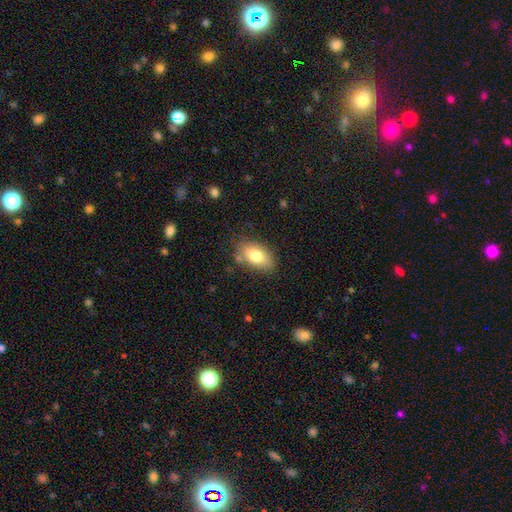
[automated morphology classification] type=smooth (79%); roundness=in between (91%); merging=none (78%).